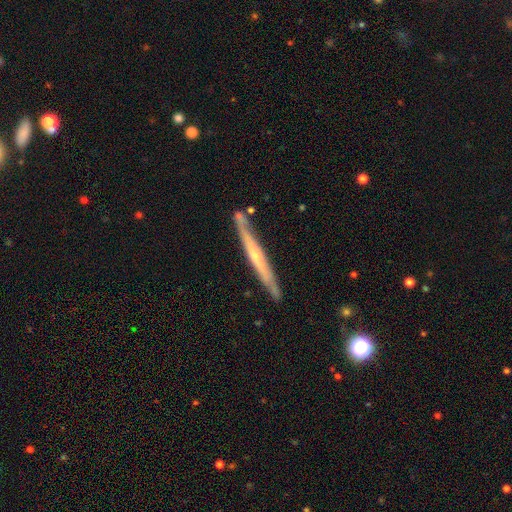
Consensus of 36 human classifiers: A featured or disk galaxy (86%) viewed edge-on (94%) with no central bulge (48%, tied with rounded). Merging: none (86%).